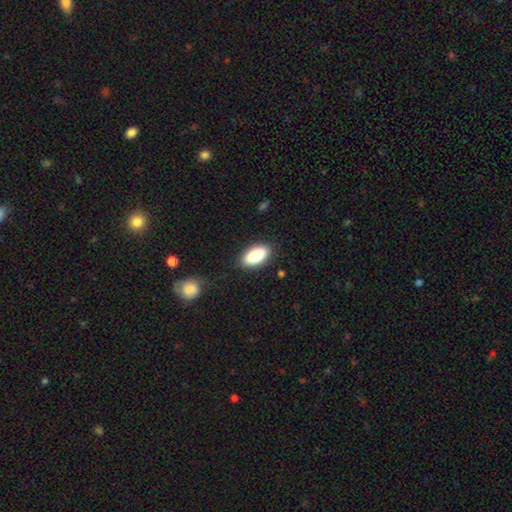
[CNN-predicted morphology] Smooth or featured? smooth (85%)
How rounded? in between (91%)
Merging? none (85%)